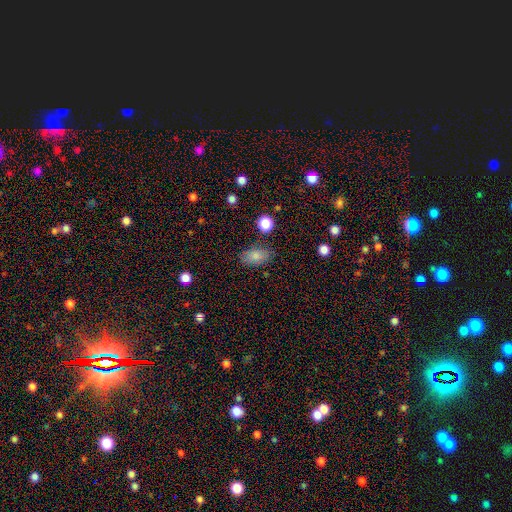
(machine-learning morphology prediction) The model was most divided on "merging": none: 80%, minor disturbance: 14%, major disturbance: 4%, merger: 2%. More confident: how rounded — in between (90%); smooth or featured — smooth (79%).